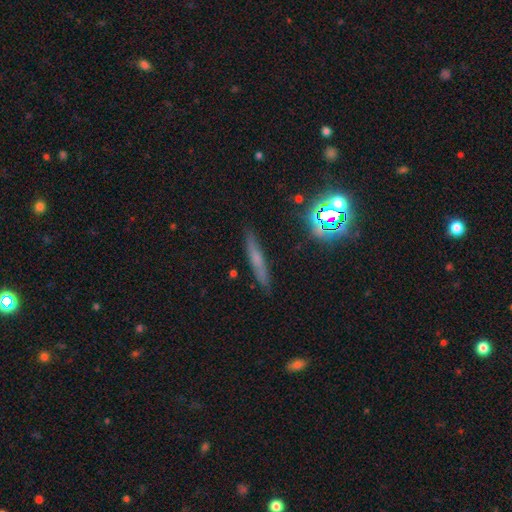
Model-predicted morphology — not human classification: smooth 48%, featured or disk 33%, star or artifact 19%. Down the decision tree: merging — none (85%).